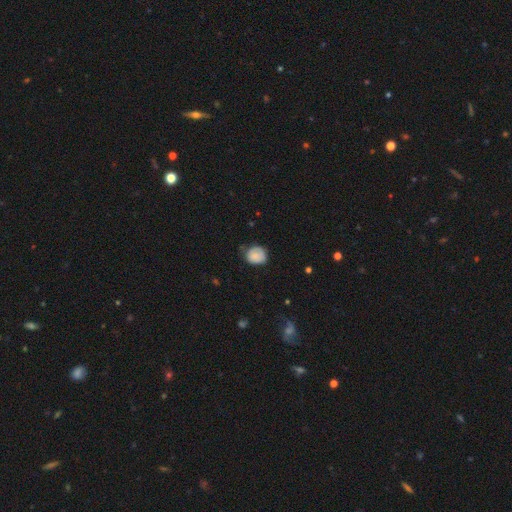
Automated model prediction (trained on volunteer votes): Smooth or featured: smooth — 80% (featured or disk — 12%)
How rounded: round — 71% (in between — 28%)
Merging: none — 59% (minor disturbance — 32%)